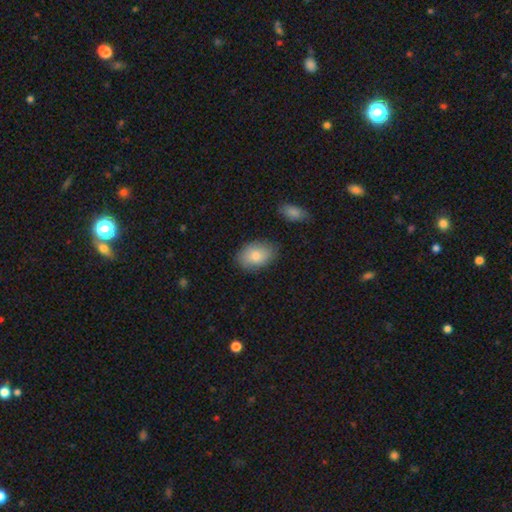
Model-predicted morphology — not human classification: Smooth or featured? Predicted: smooth (p=0.82). How rounded? Predicted: in between (p=0.85). Merging? Predicted: none (p=0.78).